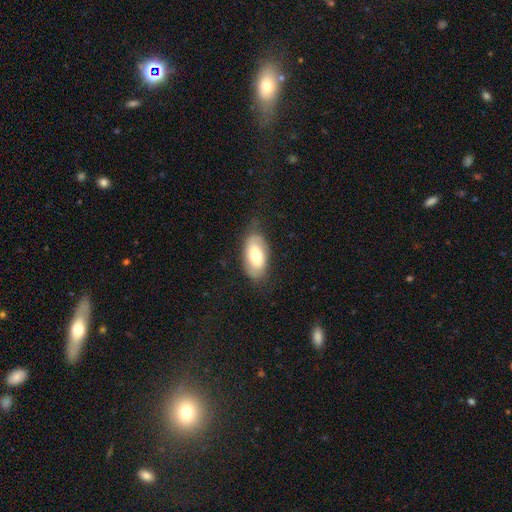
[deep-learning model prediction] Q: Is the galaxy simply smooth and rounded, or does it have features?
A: smooth — 64%.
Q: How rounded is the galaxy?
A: in between — 93%.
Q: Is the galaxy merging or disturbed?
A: none — 69%.